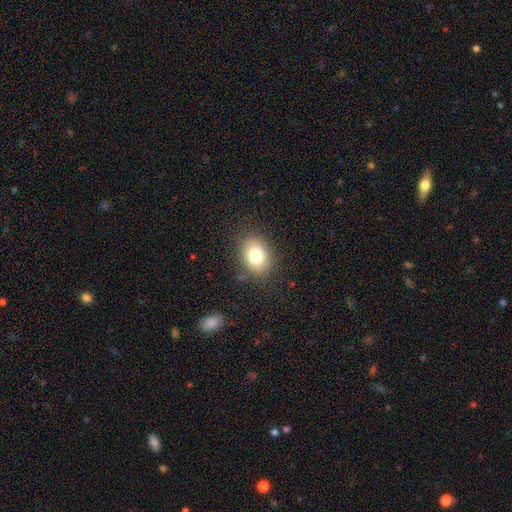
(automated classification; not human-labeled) Smooth or featured? smooth (79%)
How rounded? in between (62%)
Merging? none (83%)